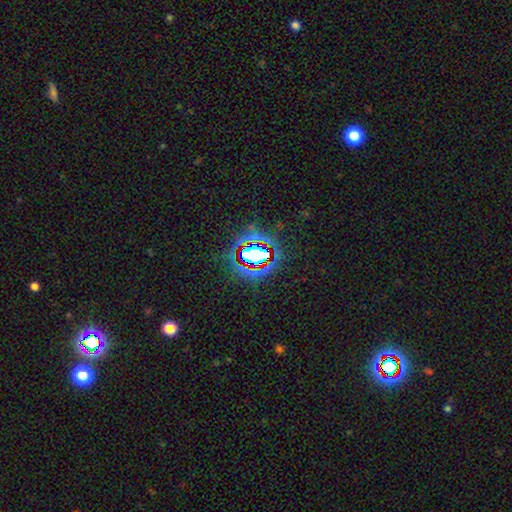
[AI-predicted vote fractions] This is likely a star or artifact rather than a galaxy (71%).